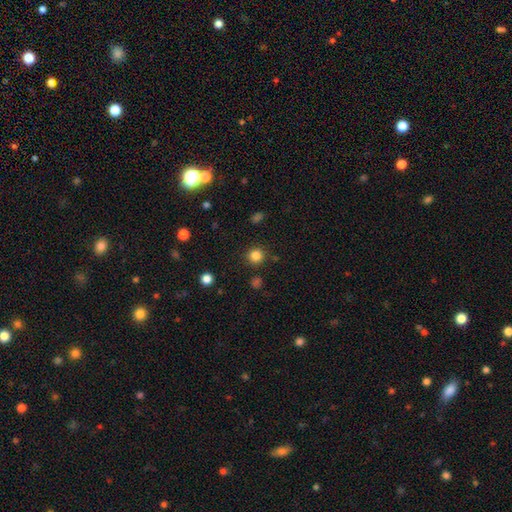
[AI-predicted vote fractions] Q: Smooth or featured?
A: smooth (83%); runner-up: star or artifact (13%)
Q: How rounded?
A: round (94%); runner-up: in between (6%)
Q: Merging?
A: none (88%); runner-up: minor disturbance (7%)